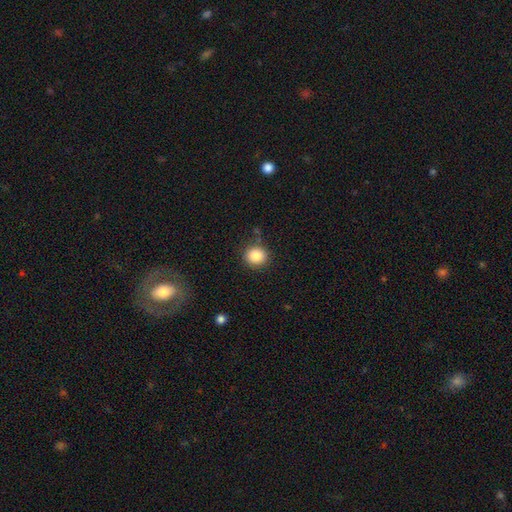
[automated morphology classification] A smooth galaxy with no disk features (86%) that is round (87%). Merging: none (85%).